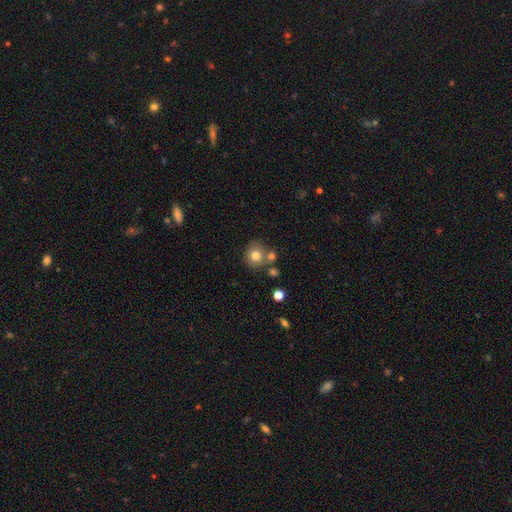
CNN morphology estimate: Smooth or featured: smooth — 77% (featured or disk — 12%)
How rounded: round — 86% (in between — 13%)
Merging: none — 65% (merger — 20%)